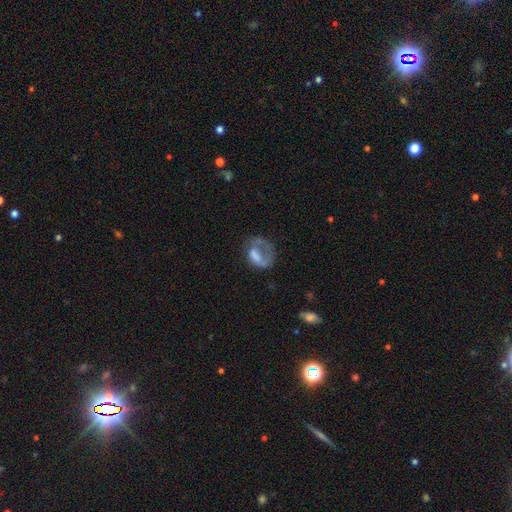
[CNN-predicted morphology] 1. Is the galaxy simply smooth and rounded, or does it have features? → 50% featured or disk, 40% smooth, 11% star or artifact.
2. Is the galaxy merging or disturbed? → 45% major disturbance, 34% none, 18% minor disturbance, 4% merger.